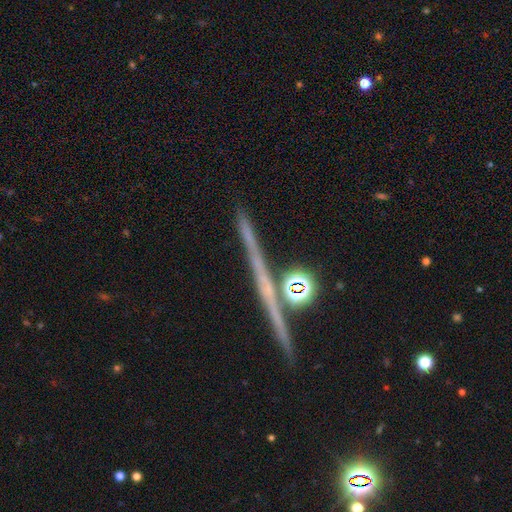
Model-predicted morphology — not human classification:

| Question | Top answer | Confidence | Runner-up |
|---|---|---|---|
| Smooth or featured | featured or disk | 40% | star or artifact (36%) |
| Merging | none | 81% | minor disturbance (8%) |